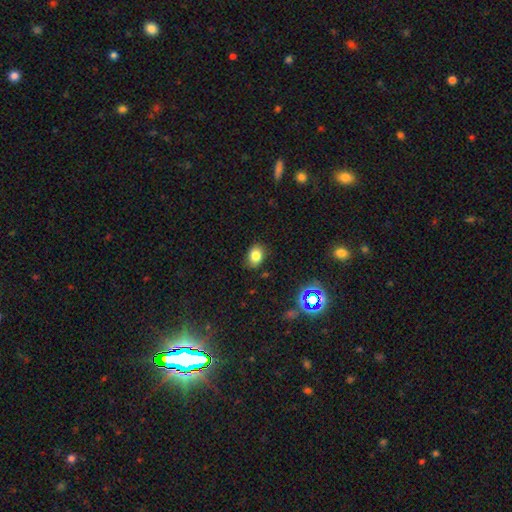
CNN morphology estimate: This is likely a smooth galaxy (80%). How rounded: likely in between (69%). Merging: clearly none (85%).